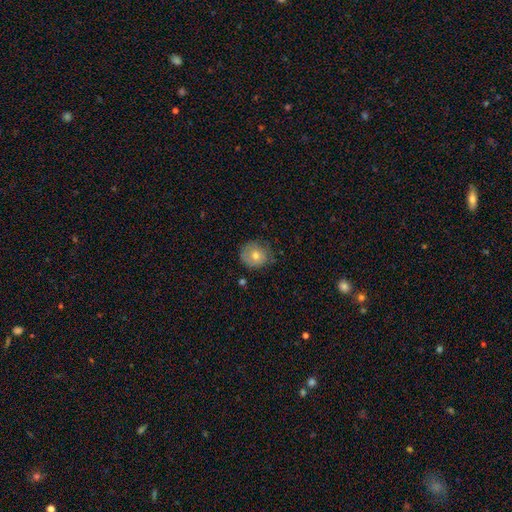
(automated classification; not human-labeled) A smooth galaxy with no disk features (69%) that is round (87%).

Vote fractions:
- Smooth or featured? smooth: 69% / featured or disk: 21% / star or artifact: 10%
- How rounded? round: 87% / in between: 12% / cigar-shaped: 1%
- Merging? none: 76% / minor disturbance: 19% / major disturbance: 4% / merger: 2%